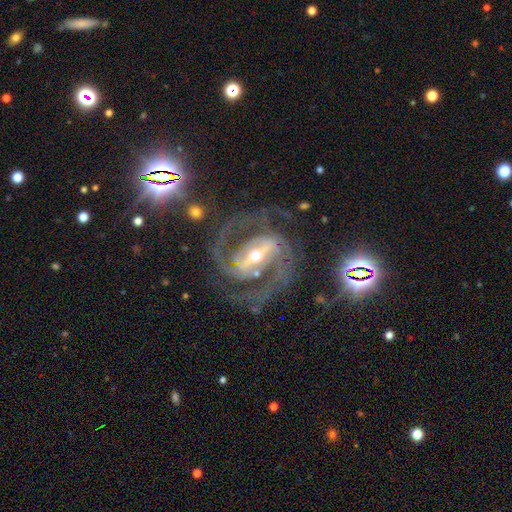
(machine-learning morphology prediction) This appears to be a featured or disk galaxy (93%) with a strong bar (72%), 2 (79%) medium (59%) spiral arms (98%) and a moderate central bulge (50%). Merging: none (71%).